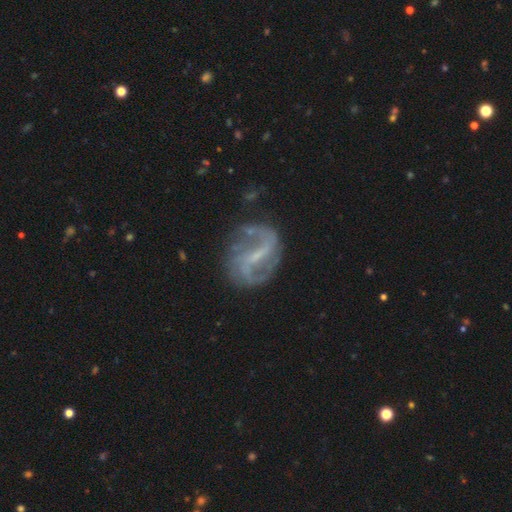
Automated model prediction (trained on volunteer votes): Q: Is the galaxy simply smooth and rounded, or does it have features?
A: featured or disk — 87%.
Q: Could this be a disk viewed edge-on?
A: no — 97%.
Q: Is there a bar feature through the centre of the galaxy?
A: strong — 44%.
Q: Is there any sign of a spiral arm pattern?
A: yes — 94%.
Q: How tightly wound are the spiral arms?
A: loose — 47%.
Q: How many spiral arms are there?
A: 2 — 87%.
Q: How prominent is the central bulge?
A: small — 59%.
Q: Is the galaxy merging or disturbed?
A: none — 74%.